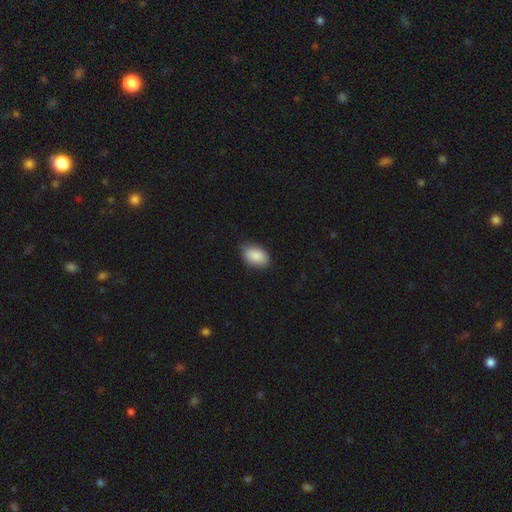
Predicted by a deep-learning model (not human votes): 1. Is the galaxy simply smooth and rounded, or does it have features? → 87% smooth, 7% star or artifact, 6% featured or disk.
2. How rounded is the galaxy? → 87% in between, 12% round, 1% cigar-shaped.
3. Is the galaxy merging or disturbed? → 81% none, 15% minor disturbance, 3% major disturbance, 1% merger.